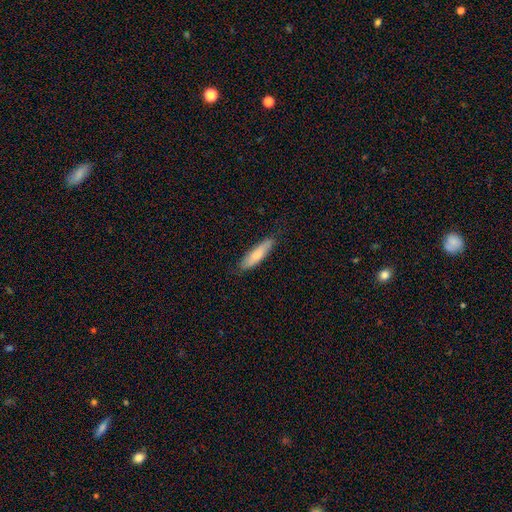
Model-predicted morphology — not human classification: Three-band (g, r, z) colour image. It shows a smooth galaxy with no disk features (73%) that is cigar-shaped (73%). Merging: none (82%).